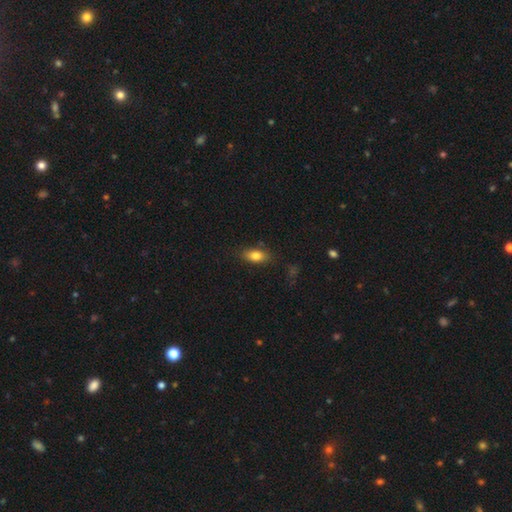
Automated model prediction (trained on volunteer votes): A smooth galaxy with no disk features (81%) that is in between round and cigar-shaped (87%).

Vote fractions:
- Smooth or featured? smooth: 81% / featured or disk: 11% / star or artifact: 8%
- How rounded? in between: 87% / cigar-shaped: 7% / round: 6%
- Merging? none: 80% / minor disturbance: 14% / major disturbance: 4% / merger: 2%